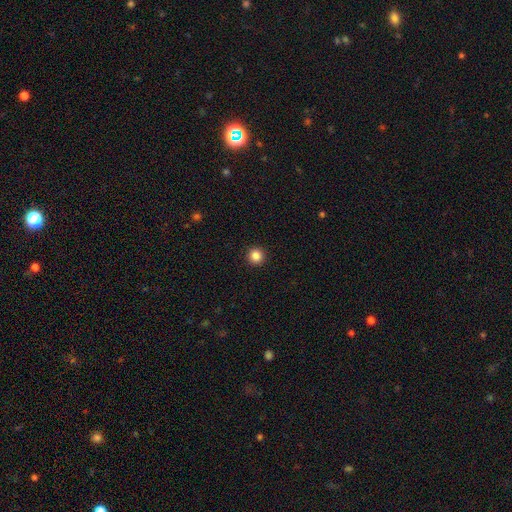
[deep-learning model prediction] The model was most divided on "smooth or featured": smooth: 86%, star or artifact: 10%, featured or disk: 4%. More confident: how rounded — round (95%); merging — none (93%).